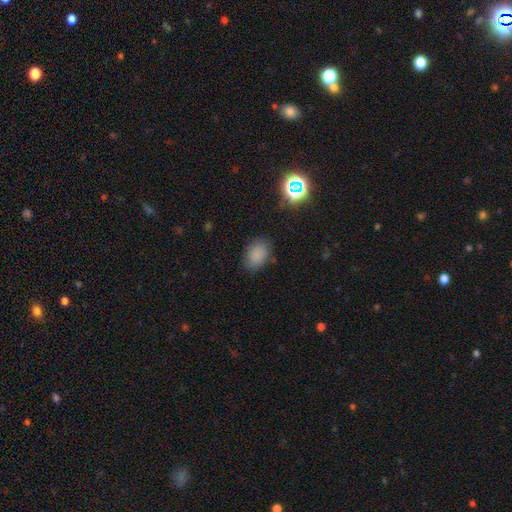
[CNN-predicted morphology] Smooth or featured? smooth (82%)
How rounded? in between (76%)
Merging? none (78%)